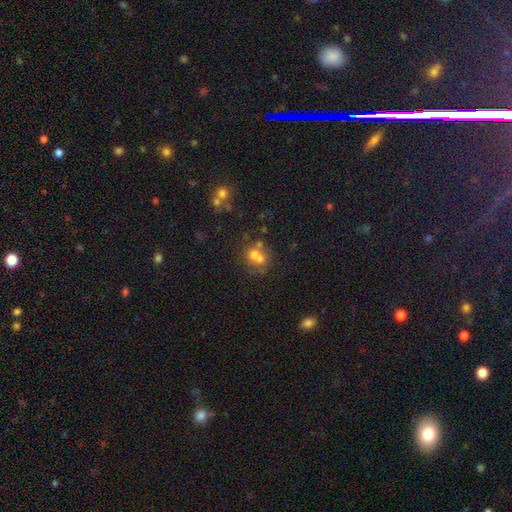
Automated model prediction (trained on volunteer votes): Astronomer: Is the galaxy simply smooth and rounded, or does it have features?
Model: smooth — 56%.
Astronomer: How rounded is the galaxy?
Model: round — 74%.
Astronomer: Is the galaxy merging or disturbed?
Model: merger — 50% (runner-up: none, 36%).